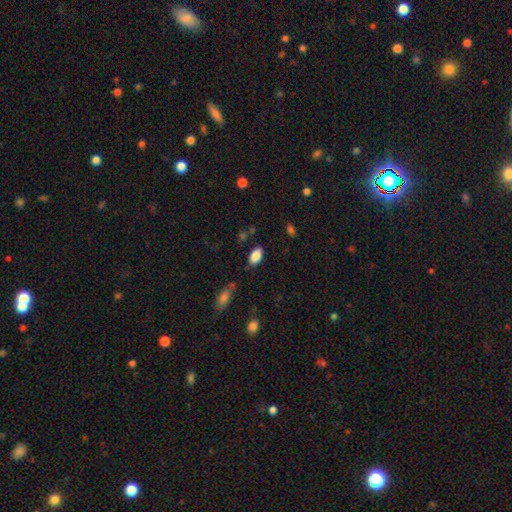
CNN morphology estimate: Smooth or featured: smooth — 86% (star or artifact — 8%)
How rounded: in between — 93% (round — 5%)
Merging: none — 81% (minor disturbance — 13%)